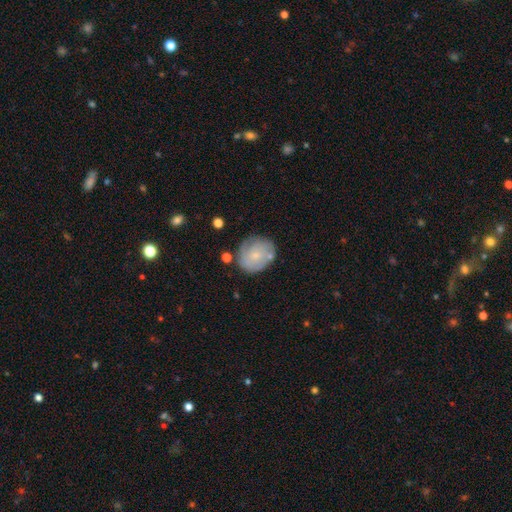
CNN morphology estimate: Smooth or featured?
  - smooth: 48% *
  - featured or disk: 45%
  - star or artifact: 7%
Merging?
  - none: 66% *
  - minor disturbance: 22%
  - major disturbance: 7%
  - merger: 5%